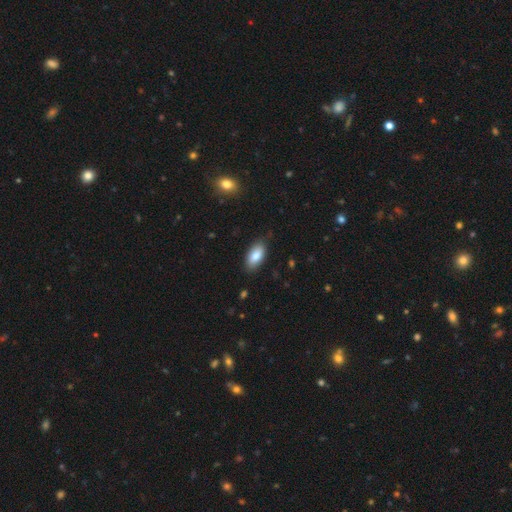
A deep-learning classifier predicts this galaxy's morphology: Smooth or featured: smooth — 84% (featured or disk — 10%)
How rounded: in between — 93% (cigar-shaped — 5%)
Merging: none — 81% (minor disturbance — 15%)